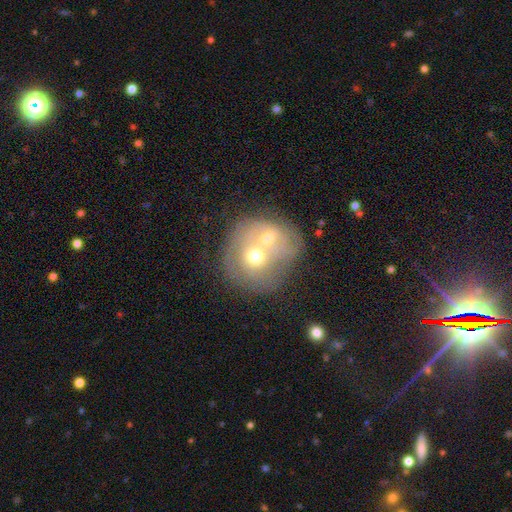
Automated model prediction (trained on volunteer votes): A smooth galaxy with no disk features (48%).

Vote fractions:
- Smooth or featured? smooth: 48% / featured or disk: 43% / star or artifact: 9%
- Merging? merger: 72% / none: 18% / minor disturbance: 6% / major disturbance: 4%